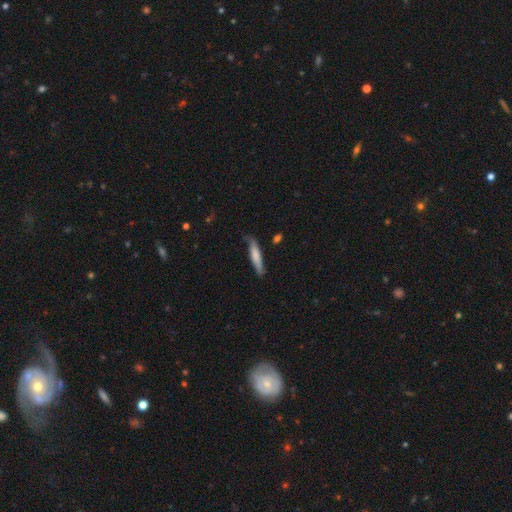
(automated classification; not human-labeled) Smooth or featured? smooth (66%)
How rounded? cigar-shaped (88%)
Merging? none (72%)